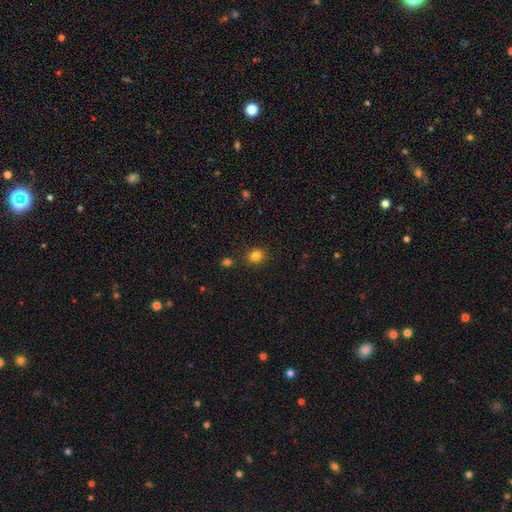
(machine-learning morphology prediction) smooth-or-featured: smooth: 82% | star or artifact: 13% | featured or disk: 6%
  how-rounded: round: 73% | in between: 26% | cigar-shaped: 1%
  merging: none: 86% | minor disturbance: 8% | merger: 3% | major disturbance: 2%